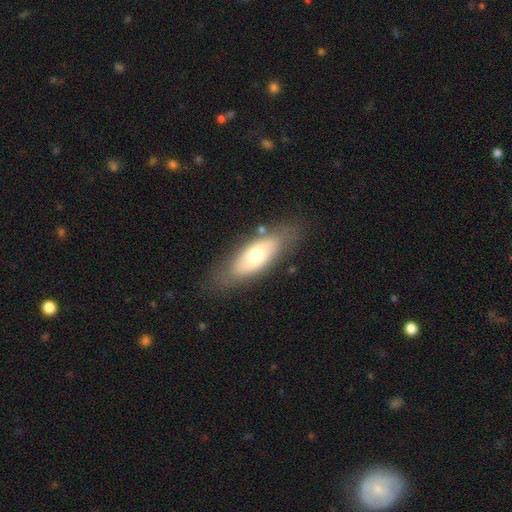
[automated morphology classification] A smooth galaxy with no disk features (57%) that is in between round and cigar-shaped (72%). Merging: none (77%).